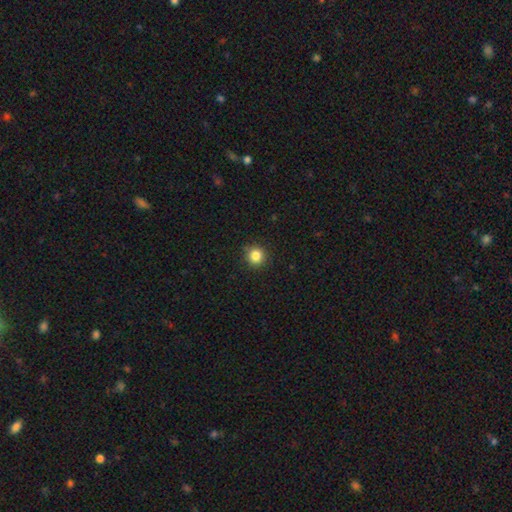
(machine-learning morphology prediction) smooth-or-featured: smooth: 85% | star or artifact: 11% | featured or disk: 4%
  how-rounded: round: 93% | in between: 6% | cigar-shaped: 1%
  merging: none: 90% | minor disturbance: 7% | major disturbance: 2% | merger: 1%